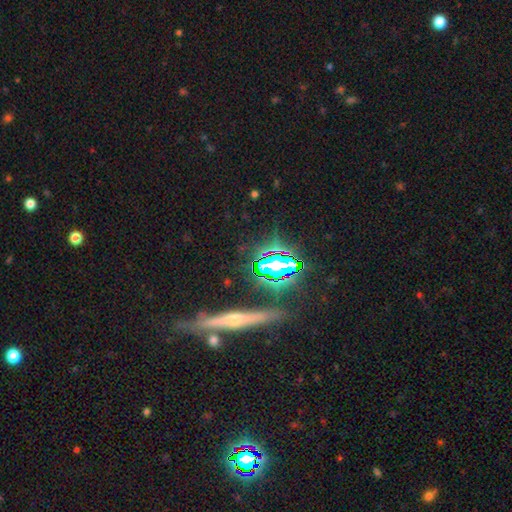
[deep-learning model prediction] smooth-or-featured: star or artifact: 51% | featured or disk: 31% | smooth: 18%